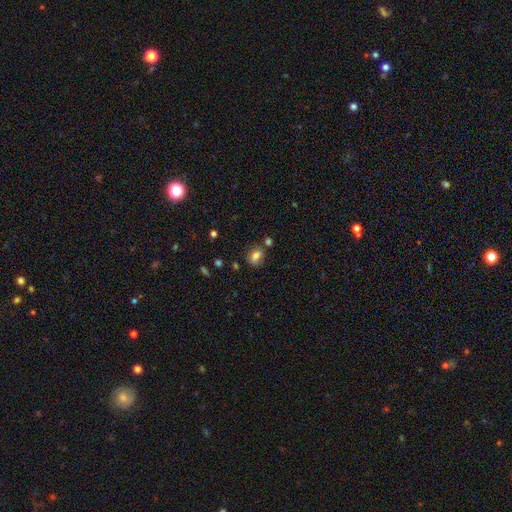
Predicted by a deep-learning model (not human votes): This appears to be a smooth galaxy with no disk features (75%) that is in between round and cigar-shaped (66%). Merging: none (61%).